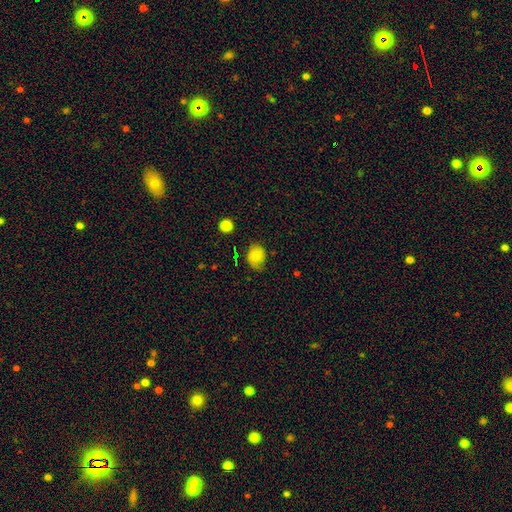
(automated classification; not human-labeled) Smooth or featured? Predicted: smooth (p=0.78). How rounded? Predicted: in between (p=0.50). Merging? Predicted: none (p=0.59).